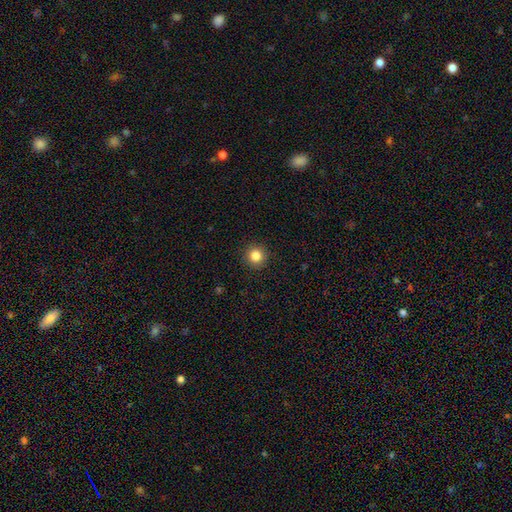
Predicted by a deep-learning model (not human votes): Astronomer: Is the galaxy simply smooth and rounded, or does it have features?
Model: smooth — 84%.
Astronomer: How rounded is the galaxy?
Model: round — 95%.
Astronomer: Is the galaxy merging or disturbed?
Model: none — 93%.